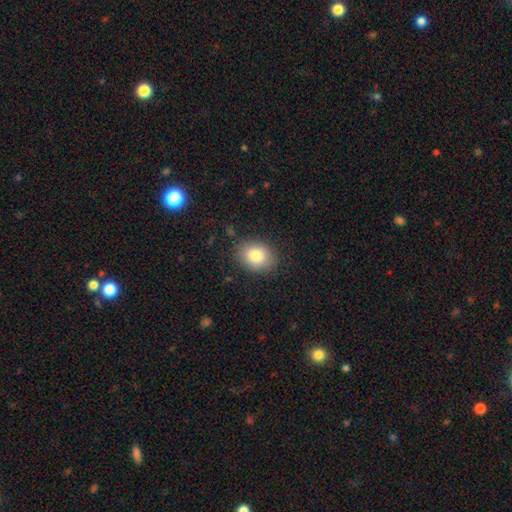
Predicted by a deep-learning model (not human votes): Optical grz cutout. It shows a smooth galaxy with no disk features (82%) that is in between round and cigar-shaped (57%). Merging: none (85%).